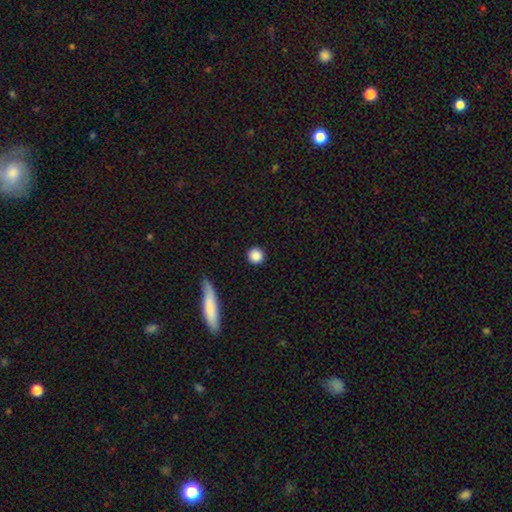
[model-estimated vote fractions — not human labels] smooth-or-featured: smooth: 87% | star or artifact: 8% | featured or disk: 4%
  how-rounded: round: 93% | in between: 5% | cigar-shaped: 2%
  merging: none: 91% | minor disturbance: 6% | major disturbance: 2% | merger: 2%